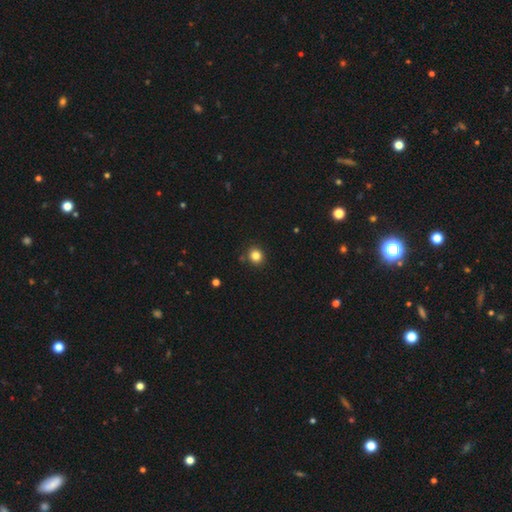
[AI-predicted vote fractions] Smooth or featured: smooth — 83% (star or artifact — 12%)
How rounded: round — 87% (in between — 12%)
Merging: none — 88% (minor disturbance — 7%)